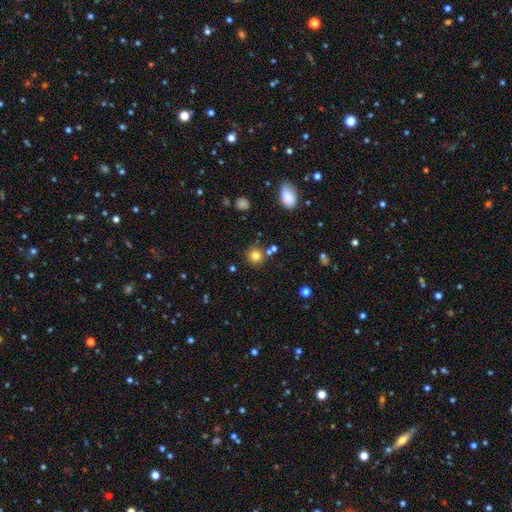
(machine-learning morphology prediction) A smooth galaxy with no disk features (80%) that is round (90%).

Vote fractions:
- Smooth or featured? smooth: 80% / star or artifact: 14% / featured or disk: 7%
- How rounded? round: 90% / in between: 9% / cigar-shaped: 1%
- Merging? none: 81% / minor disturbance: 8% / merger: 8% / major disturbance: 3%